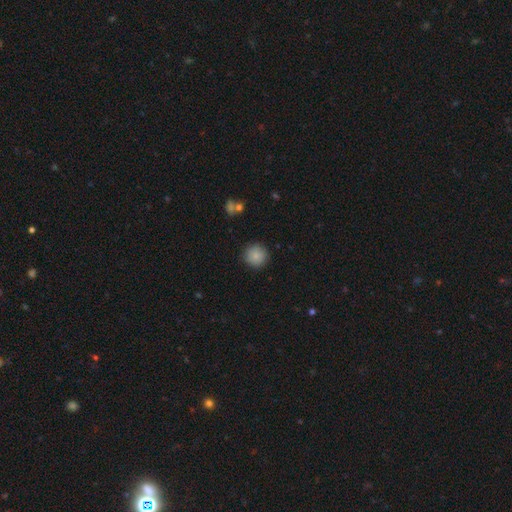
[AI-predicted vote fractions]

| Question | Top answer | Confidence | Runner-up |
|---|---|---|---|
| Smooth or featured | smooth | 85% | star or artifact (8%) |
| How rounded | round | 94% | in between (5%) |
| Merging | none | 88% | minor disturbance (8%) |